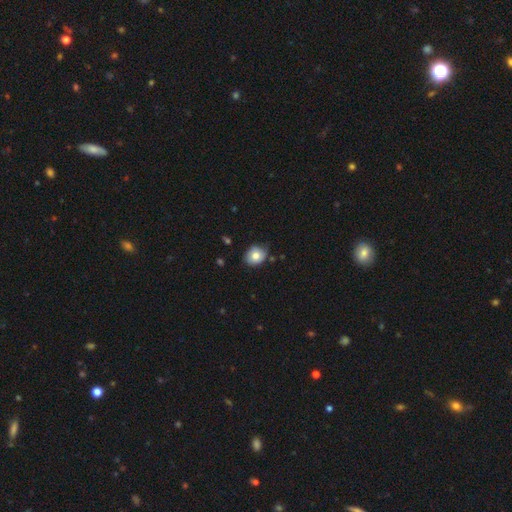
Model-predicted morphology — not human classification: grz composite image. It shows a smooth galaxy with no disk features (78%) that is round (66%). Merging: none (76%).